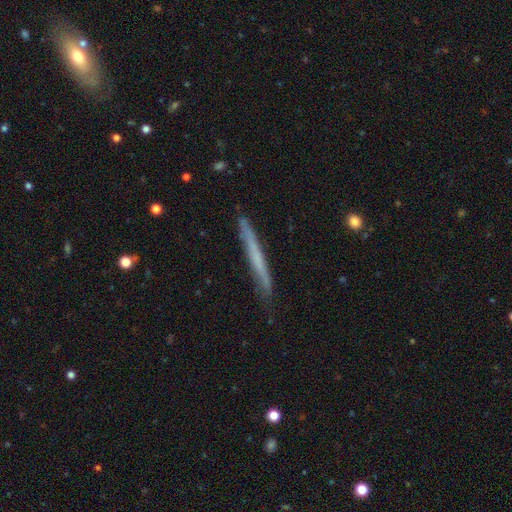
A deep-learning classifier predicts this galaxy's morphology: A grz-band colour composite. It shows a smooth galaxy with no disk features (49%). Merging: none (83%).